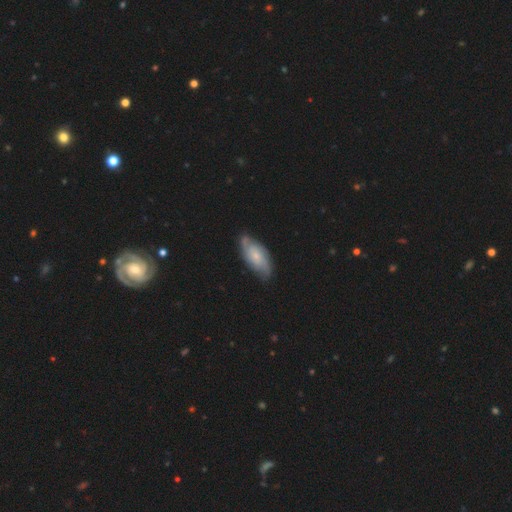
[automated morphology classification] Smooth or featured? Predicted: featured or disk (p=0.64). Edge-on disk? Predicted: no (p=0.92). Bar? Predicted: no (p=0.69). Spiral arms? Predicted: yes (p=0.90). Spiral winding? Predicted: medium (p=0.40, tied with tight). Spiral arm count? Predicted: 2 (p=0.60). Bulge size? Predicted: small (p=0.65). Merging? Predicted: none (p=0.73).